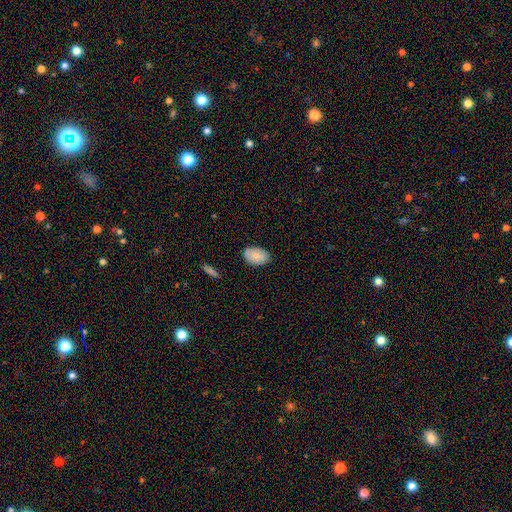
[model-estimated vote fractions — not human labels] smooth-or-featured: smooth: 82% | featured or disk: 11% | star or artifact: 7%
  how-rounded: in between: 91% | round: 8% | cigar-shaped: 1%
  merging: none: 83% | minor disturbance: 14% | major disturbance: 2% | merger: 1%